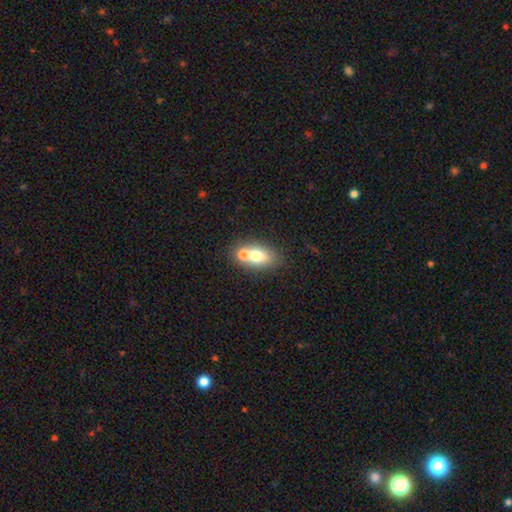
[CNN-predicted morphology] Smooth or featured?
  - smooth: 69% *
  - featured or disk: 22%
  - star or artifact: 10%
How rounded?
  - in between: 75% *
  - round: 22%
  - cigar-shaped: 3%
Merging?
  - merger: 50% *
  - none: 38%
  - minor disturbance: 9%
  - major disturbance: 4%